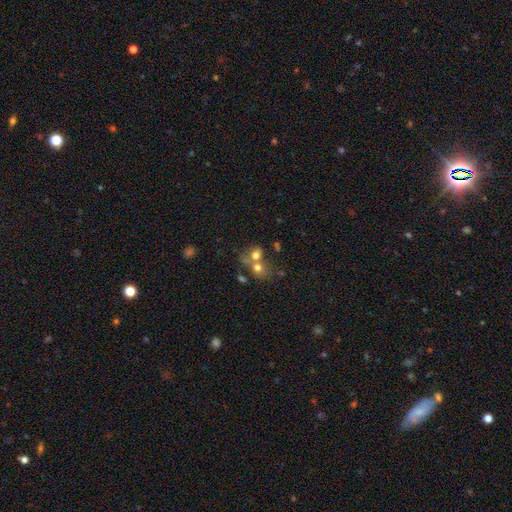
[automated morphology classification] This appears to be a smooth galaxy with no disk features (67%) that is round (68%). Merging: merger (59%).